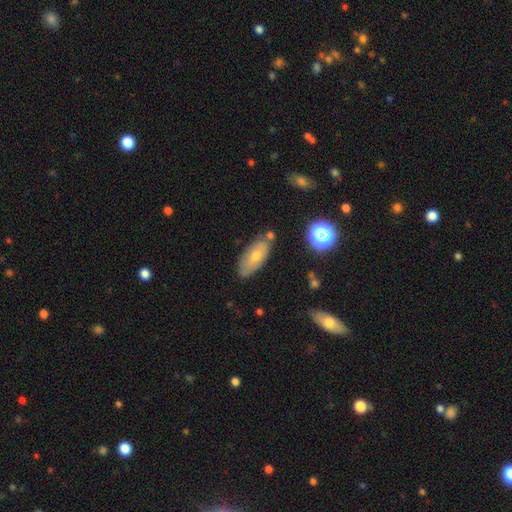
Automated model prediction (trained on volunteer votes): smooth 55%, featured or disk 35%, star or artifact 10%. Down the decision tree: how rounded — in between (79%); merging — none (74%).